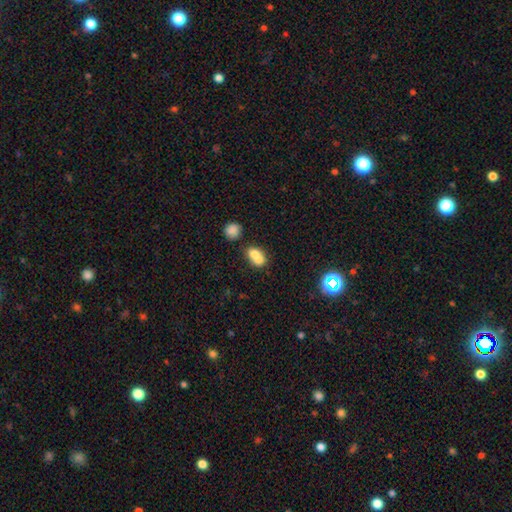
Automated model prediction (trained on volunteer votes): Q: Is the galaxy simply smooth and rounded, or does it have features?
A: smooth — 72%.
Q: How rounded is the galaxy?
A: in between — 61%.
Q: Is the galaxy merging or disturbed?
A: merger — 60%.